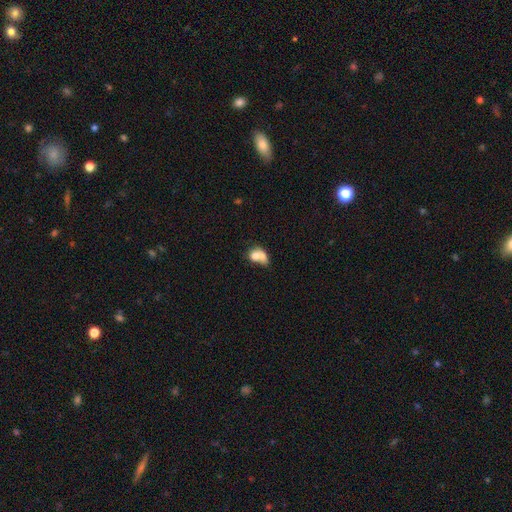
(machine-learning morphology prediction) This appears to be a smooth galaxy with no disk features (69%) that is in between round and cigar-shaped (53%). Merging: merger (63%).